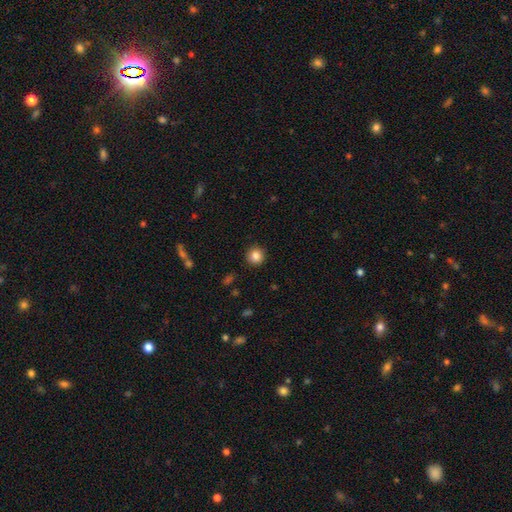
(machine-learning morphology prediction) This is clearly a smooth galaxy (84%). How rounded: clearly round (93%). Merging: clearly none (91%).